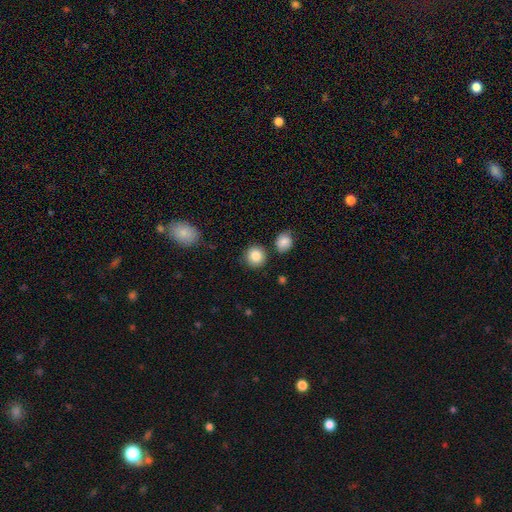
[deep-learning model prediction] Smooth or featured: smooth — 85% (star or artifact — 9%)
How rounded: round — 91% (in between — 8%)
Merging: none — 85% (minor disturbance — 8%)